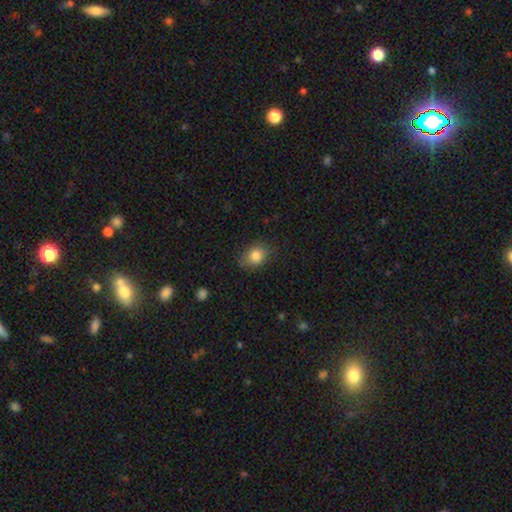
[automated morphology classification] smooth 83%, star or artifact 9%, featured or disk 8%. Down the decision tree: how rounded — in between (53%); merging — none (79%).